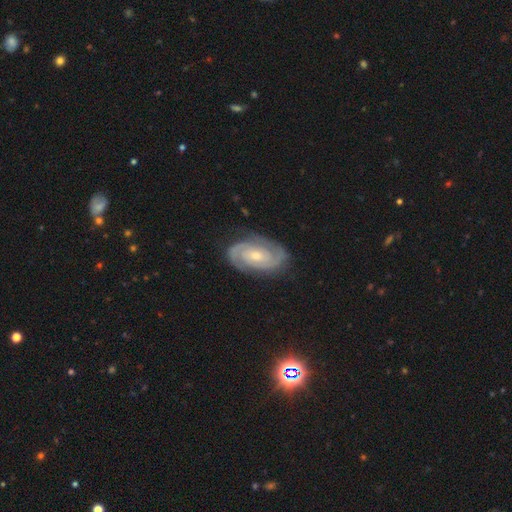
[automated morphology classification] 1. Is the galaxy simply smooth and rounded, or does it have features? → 89% featured or disk, 6% smooth, 5% star or artifact.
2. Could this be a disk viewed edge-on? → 97% no, 3% yes.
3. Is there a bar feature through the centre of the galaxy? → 53% no, 36% weak, 11% strong.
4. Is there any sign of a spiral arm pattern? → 98% yes, 2% no.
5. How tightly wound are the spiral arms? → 64% tight, 31% medium, 5% loose.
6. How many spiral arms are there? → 84% 2, 6% 3, 5% can't tell, 2% 1, 2% 4, 2% more than 4.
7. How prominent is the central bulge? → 48% small (tied), 48% moderate (tied), 2% large, 2% none, 1% dominant.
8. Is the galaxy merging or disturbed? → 82% none, 13% minor disturbance, 4% major disturbance, 1% merger.